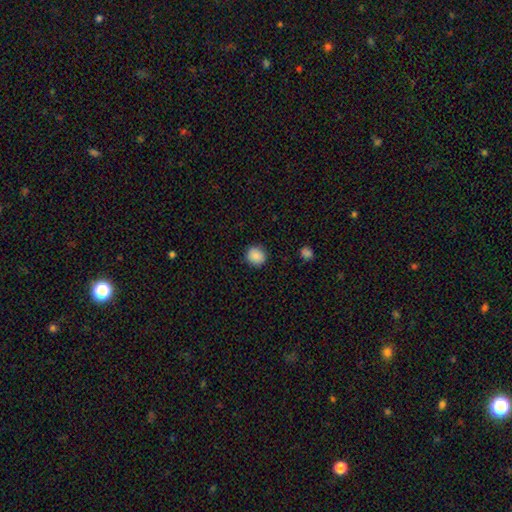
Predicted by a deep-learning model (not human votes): Smooth or featured?
  - smooth: 88% *
  - star or artifact: 9%
  - featured or disk: 4%
How rounded?
  - round: 86% *
  - in between: 14%
  - cigar-shaped: 1%
Merging?
  - none: 89% *
  - minor disturbance: 7%
  - major disturbance: 2%
  - merger: 1%